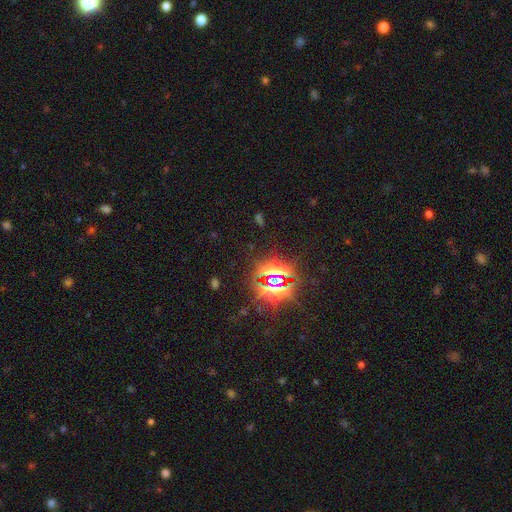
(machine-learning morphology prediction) Q: Smooth or featured?
A: star or artifact (83%); runner-up: smooth (10%)